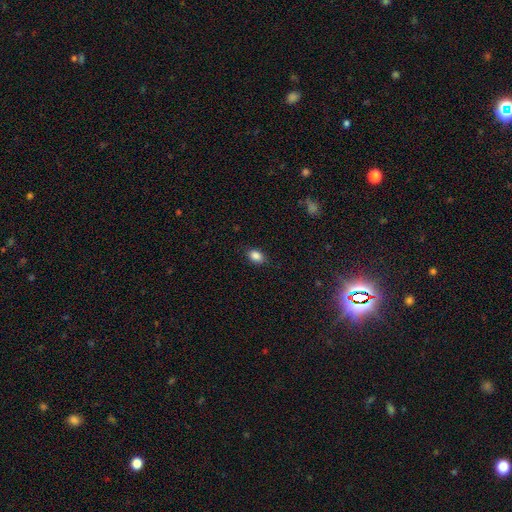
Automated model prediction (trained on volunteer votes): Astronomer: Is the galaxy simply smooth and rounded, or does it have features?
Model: smooth — 86%.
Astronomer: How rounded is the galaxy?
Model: in between — 77%.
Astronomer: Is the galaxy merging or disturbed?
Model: none — 83%.